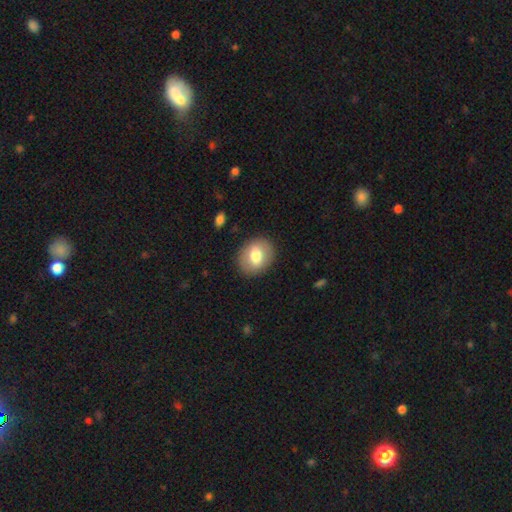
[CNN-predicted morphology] Q: Smooth or featured?
A: smooth (71%); runner-up: featured or disk (21%)
Q: How rounded?
A: round (50%); runner-up: in between (49%)
Q: Merging?
A: none (87%); runner-up: minor disturbance (9%)